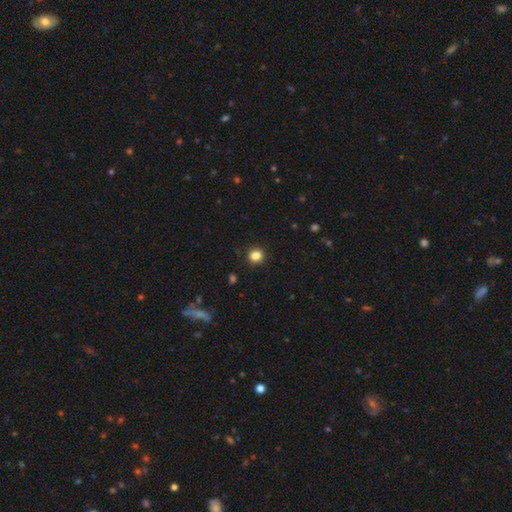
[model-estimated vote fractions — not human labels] This appears to be a smooth galaxy with no disk features (84%) that is round (88%). Merging: none (92%).